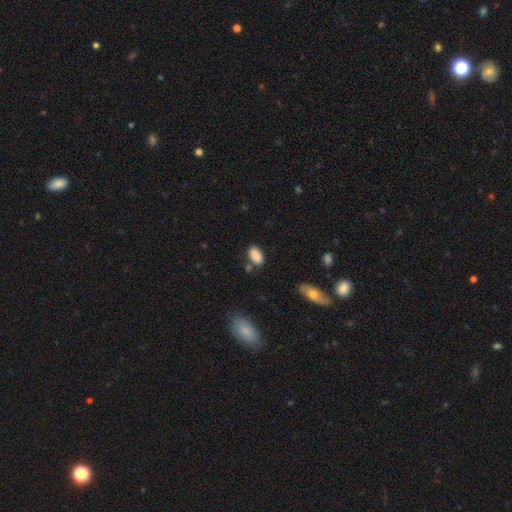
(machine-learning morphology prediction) The model was most divided on "merging": none: 73%, minor disturbance: 15%, merger: 8%, major disturbance: 4%. More confident: how rounded — in between (91%); smooth or featured — smooth (87%).